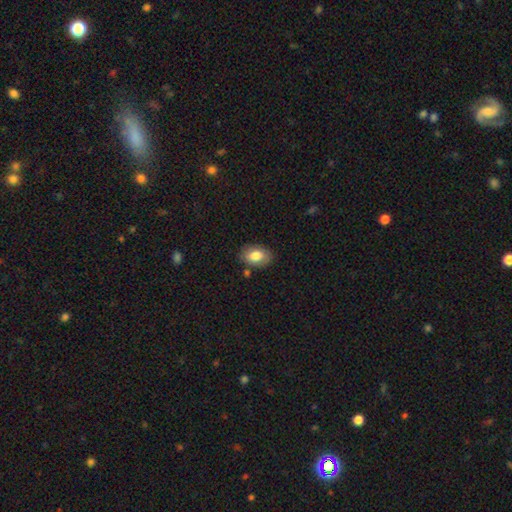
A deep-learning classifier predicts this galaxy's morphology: type=smooth (80%); roundness=in between (86%); merging=none (82%).